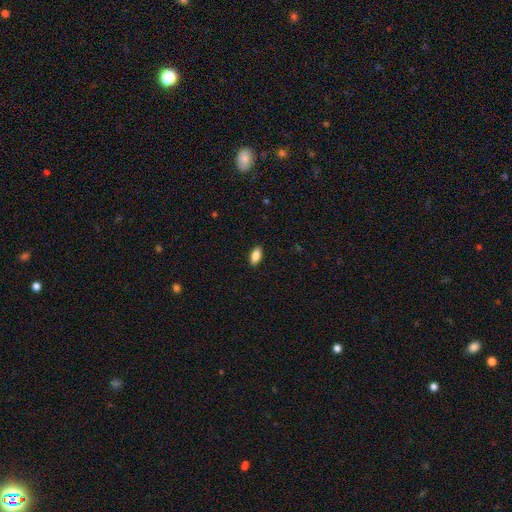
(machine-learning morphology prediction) A smooth galaxy with no disk features (85%) that is in between round and cigar-shaped (90%).

Vote fractions:
- Smooth or featured? smooth: 85% / featured or disk: 7% / star or artifact: 7%
- How rounded? in between: 90% / cigar-shaped: 7% / round: 3%
- Merging? none: 90% / minor disturbance: 8% / major disturbance: 2% / merger: 1%